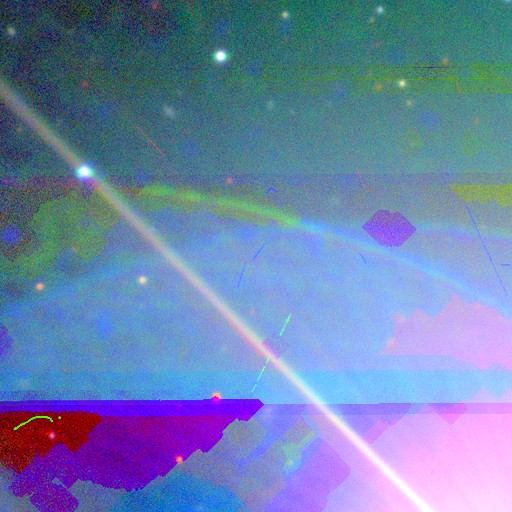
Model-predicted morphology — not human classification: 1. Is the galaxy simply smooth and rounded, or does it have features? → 89% star or artifact, 6% featured or disk, 5% smooth.